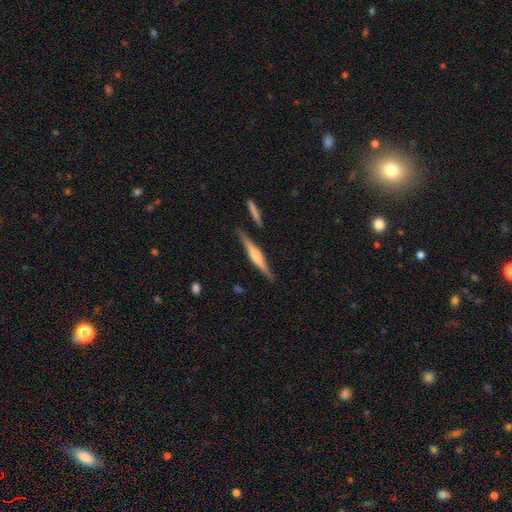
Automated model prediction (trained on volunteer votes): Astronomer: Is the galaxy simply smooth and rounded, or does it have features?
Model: featured or disk — 65%.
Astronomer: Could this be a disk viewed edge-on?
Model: yes — 97%.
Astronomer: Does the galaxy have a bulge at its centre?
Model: rounded — 62%.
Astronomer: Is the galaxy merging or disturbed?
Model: none — 84%.